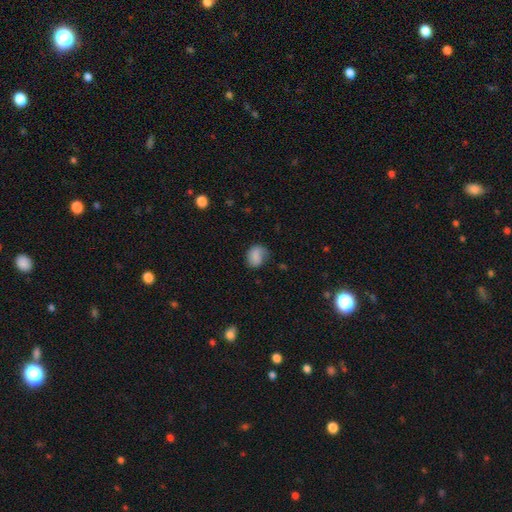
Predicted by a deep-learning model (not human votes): A smooth galaxy with no disk features (78%) that is round (51%). Merging: none (60%).